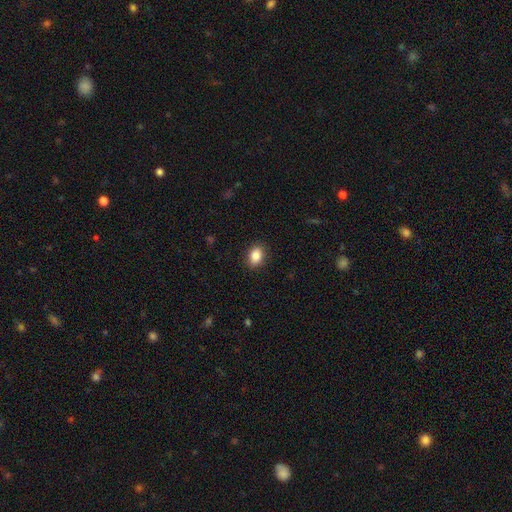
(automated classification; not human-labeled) Smooth or featured?
  - smooth: 86% *
  - star or artifact: 8%
  - featured or disk: 5%
How rounded?
  - in between: 72% *
  - round: 26%
  - cigar-shaped: 1%
Merging?
  - none: 88% *
  - minor disturbance: 9%
  - major disturbance: 2%
  - merger: 1%